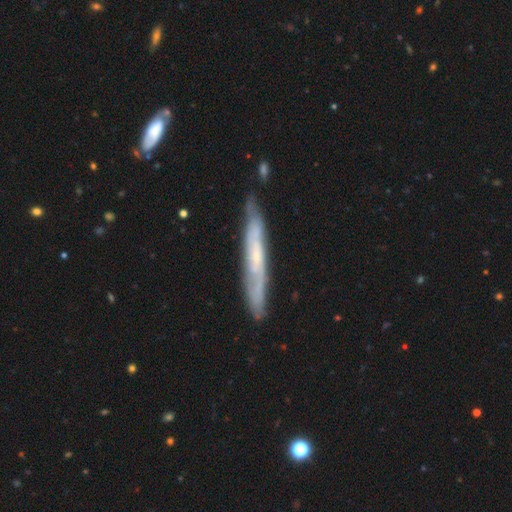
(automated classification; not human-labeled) Q: Smooth or featured?
A: featured or disk (63%); runner-up: smooth (30%)
Q: Edge-on disk?
A: yes (74%); runner-up: no (26%)
Q: Merging?
A: none (78%); runner-up: minor disturbance (17%)